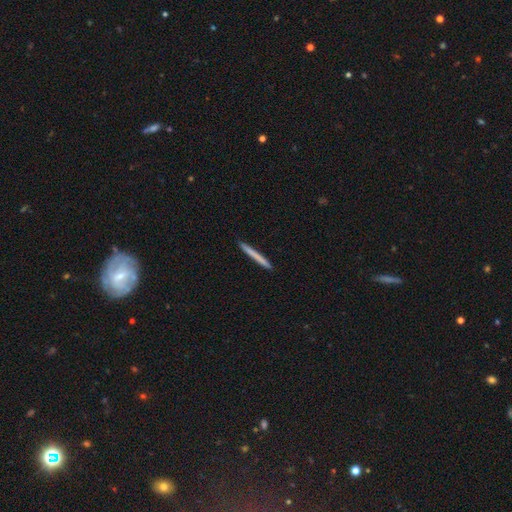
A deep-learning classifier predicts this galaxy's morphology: This appears to be a smooth galaxy with no disk features (69%) that is cigar-shaped (97%). Merging: none (92%).